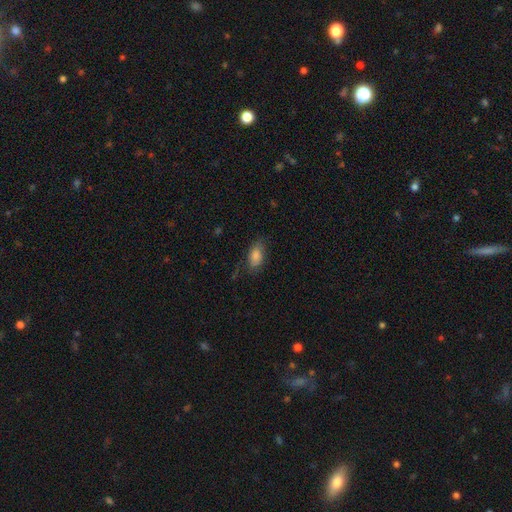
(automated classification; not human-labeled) Smooth or featured: smooth — 79% (featured or disk — 12%)
How rounded: in between — 89% (round — 6%)
Merging: none — 69% (minor disturbance — 21%)